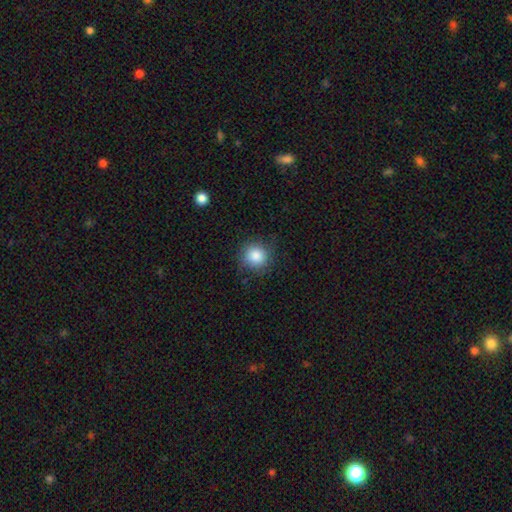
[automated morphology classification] A smooth galaxy with no disk features (86%) that is round (92%).

Vote fractions:
- Smooth or featured? smooth: 86% / star or artifact: 10% / featured or disk: 5%
- How rounded? round: 92% / in between: 7% / cigar-shaped: 1%
- Merging? none: 86% / minor disturbance: 10% / major disturbance: 3% / merger: 1%